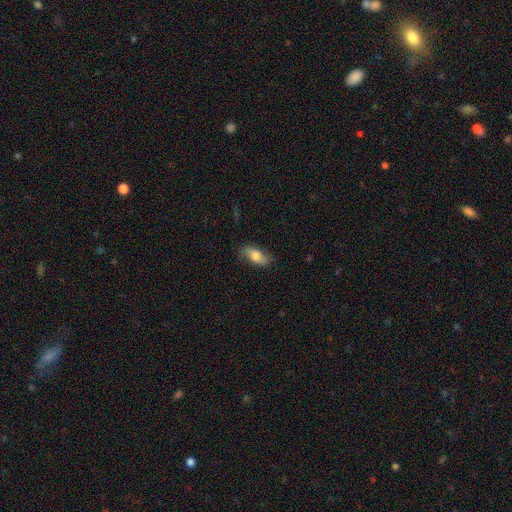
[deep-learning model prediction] Overall: smooth (63%; featured or disk 30%). How rounded: in between (82%). Merging: none (77%).